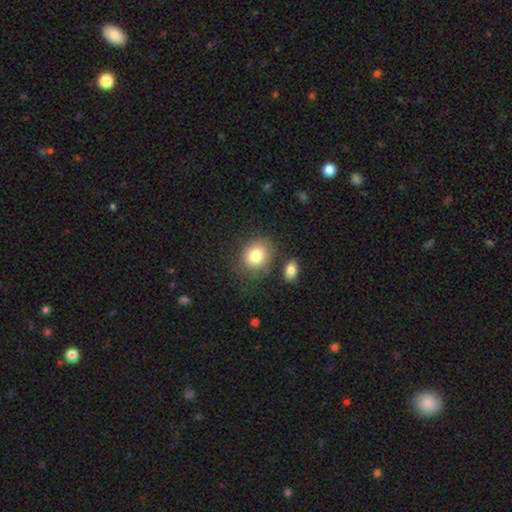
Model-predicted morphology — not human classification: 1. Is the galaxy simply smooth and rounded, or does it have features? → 81% smooth, 10% featured or disk, 9% star or artifact.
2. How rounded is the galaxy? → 66% round, 33% in between, 1% cigar-shaped.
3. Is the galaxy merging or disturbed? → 70% none, 15% minor disturbance, 8% merger, 6% major disturbance.